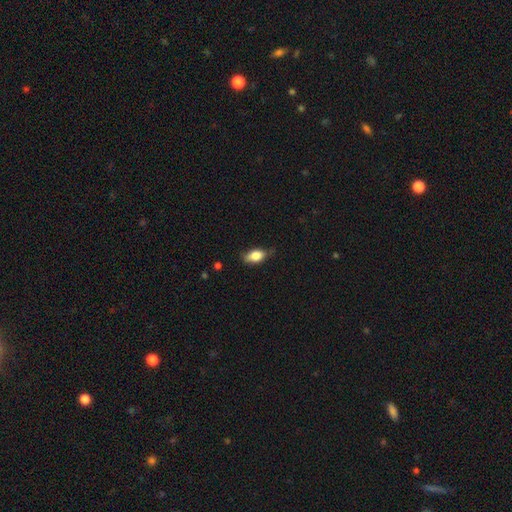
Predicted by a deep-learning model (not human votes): The model was most divided on "merging": none: 67%, minor disturbance: 26%, major disturbance: 5%, merger: 1%. More confident: how rounded — in between (85%); smooth or featured — smooth (78%).